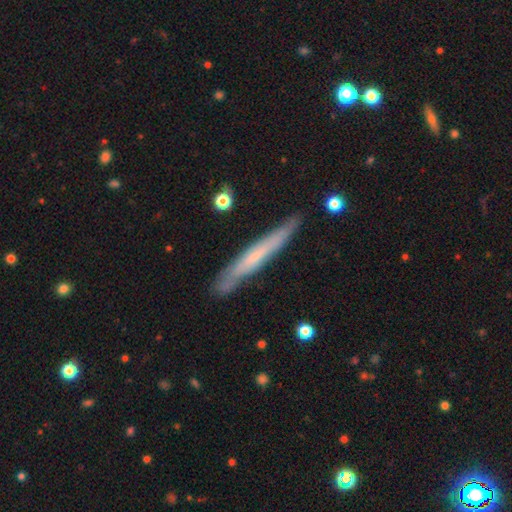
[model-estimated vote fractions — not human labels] smooth_or_featured: featured or disk (p=0.51) [alt: smooth p=0.43]
disk_edge_on: yes (p=0.88) [alt: no p=0.12]
merging: none (p=0.82) [alt: minor disturbance p=0.14]